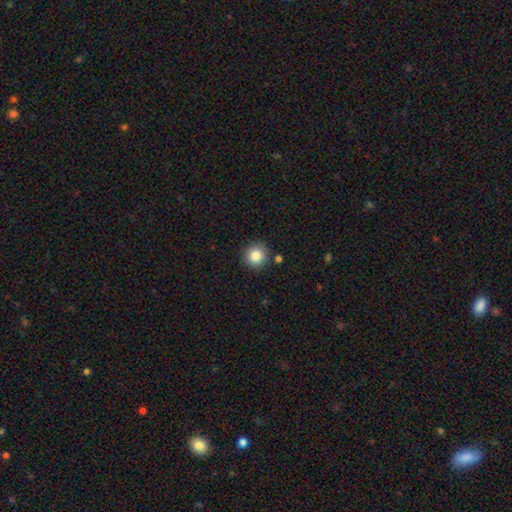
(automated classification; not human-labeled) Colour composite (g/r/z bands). It shows a smooth galaxy with no disk features (85%) that is round (94%). Merging: none (86%).